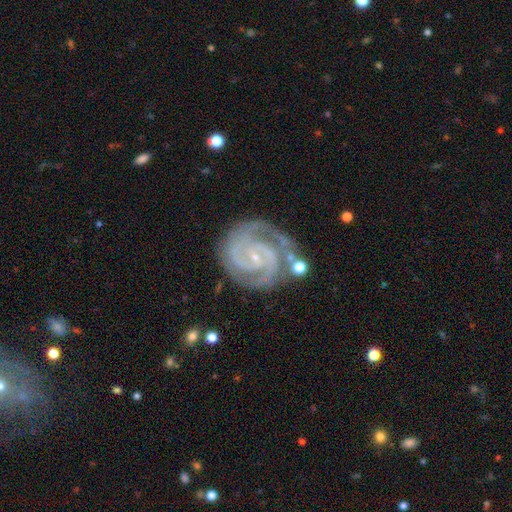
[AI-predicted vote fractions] This is clearly a featured or disk galaxy (92%). It is clearly not viewed edge-on (98%). Bar: possibly no (55%). Spiral arm pattern: clearly yes (99%). Spiral arm count: likely 2 (68%). Spiral winding: likely tight (73%). Central bulge: clearly small (85%). Merging: likely none (72%).